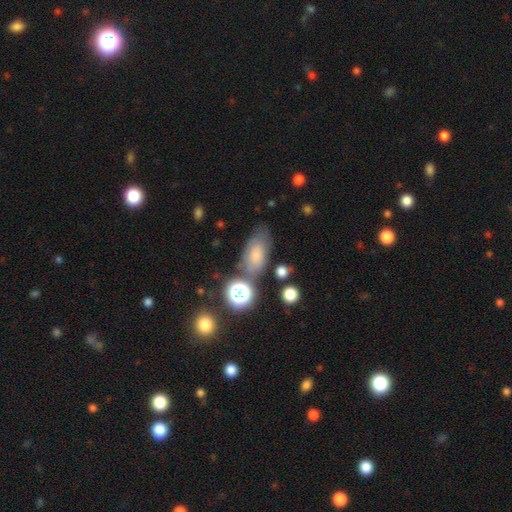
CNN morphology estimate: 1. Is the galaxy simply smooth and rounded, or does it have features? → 68% smooth, 17% featured or disk, 14% star or artifact.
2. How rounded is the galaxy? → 87% in between, 9% round, 4% cigar-shaped.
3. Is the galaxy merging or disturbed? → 61% none, 21% minor disturbance, 9% merger, 9% major disturbance.